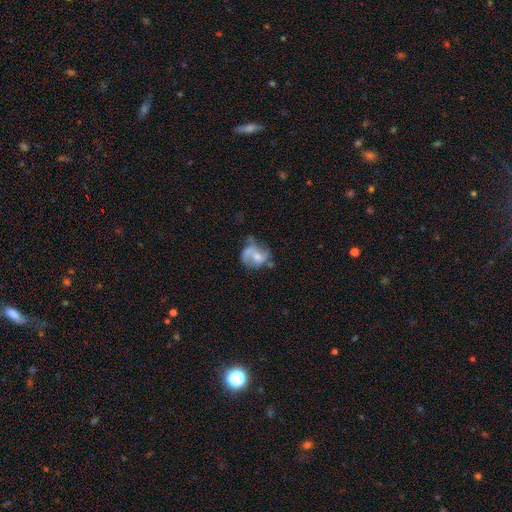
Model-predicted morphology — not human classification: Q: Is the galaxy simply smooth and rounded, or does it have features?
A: featured or disk — 63%.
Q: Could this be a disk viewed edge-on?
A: no — 98%.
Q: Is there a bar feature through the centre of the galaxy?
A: no — 62%.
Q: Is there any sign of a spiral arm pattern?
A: yes — 75%.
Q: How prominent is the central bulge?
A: moderate — 47%.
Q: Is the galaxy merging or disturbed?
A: none — 38%.